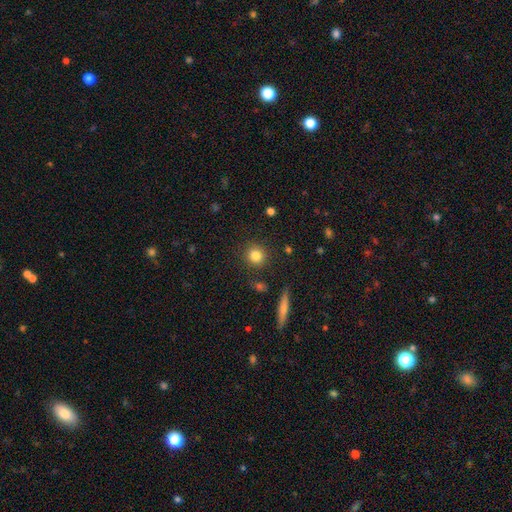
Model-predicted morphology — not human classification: smooth 82%, star or artifact 11%, featured or disk 7%. Down the decision tree: how rounded — round (90%); merging — none (88%).